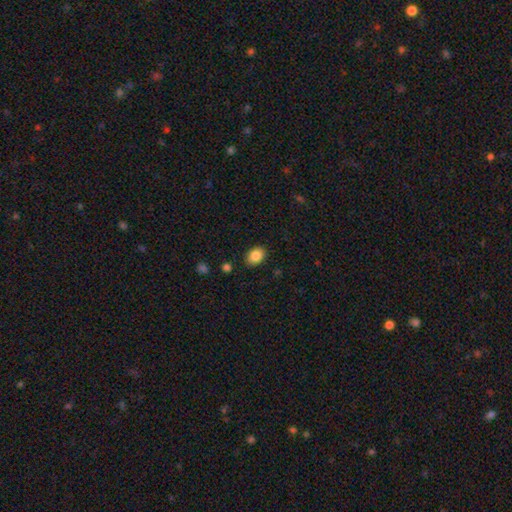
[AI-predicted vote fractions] The model was most divided on "how rounded": in between: 74%, round: 25%, cigar-shaped: 1%. More confident: merging — none (87%); smooth or featured — smooth (86%).